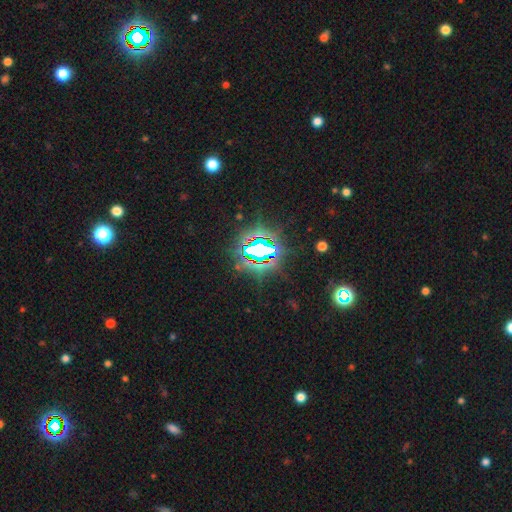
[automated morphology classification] Q: Smooth or featured?
A: star or artifact (78%); runner-up: smooth (11%)